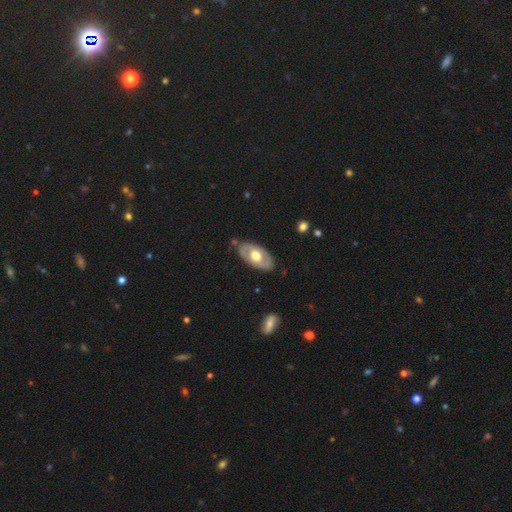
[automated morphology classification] Smooth or featured? Predicted: featured or disk (p=0.55). Edge-on disk? Predicted: no (p=0.86). Merging? Predicted: none (p=0.80).